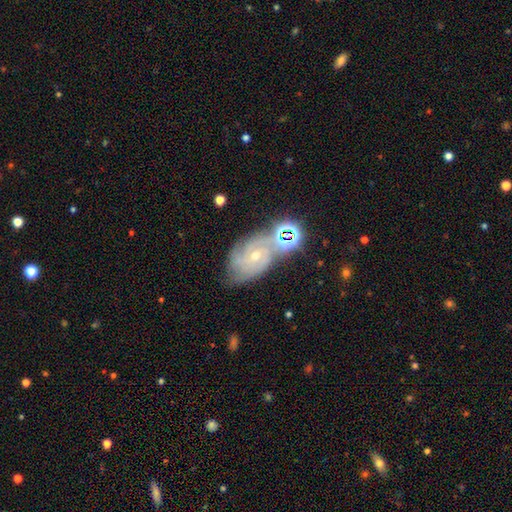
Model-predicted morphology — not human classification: Smooth or featured? Predicted: featured or disk (p=0.74). Edge-on disk? Predicted: no (p=0.96). Bar? Predicted: no (p=0.67). Spiral arms? Predicted: yes (p=0.94). Spiral winding? Predicted: tight (p=0.59). Spiral arm count? Predicted: 3 (p=0.30). Bulge size? Predicted: small (p=0.65). Merging? Predicted: none (p=0.57).